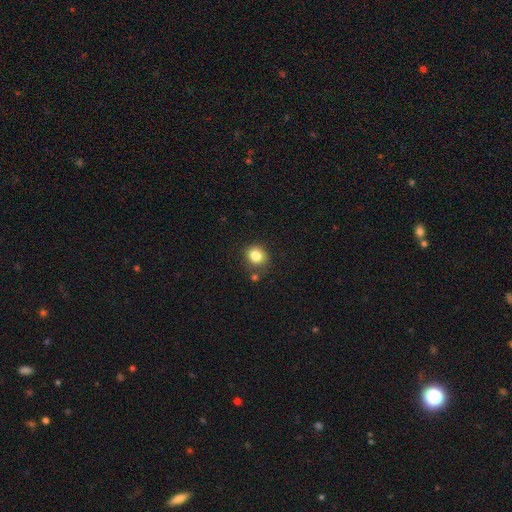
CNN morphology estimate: Smooth or featured? smooth (83%)
How rounded? round (76%)
Merging? none (79%)